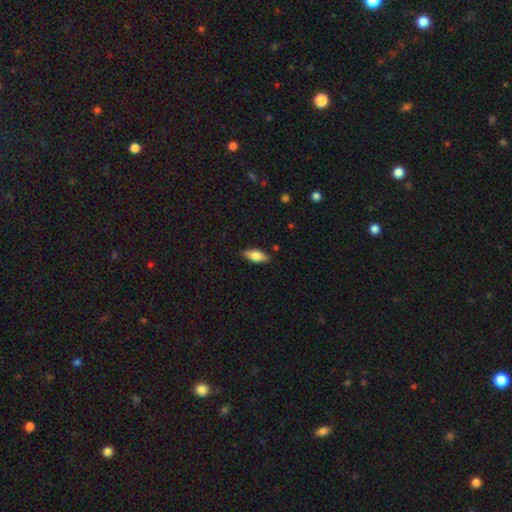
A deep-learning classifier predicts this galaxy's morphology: Smooth or featured: smooth — 68% (featured or disk — 25%)
How rounded: in between — 77% (cigar-shaped — 20%)
Merging: none — 84% (minor disturbance — 12%)